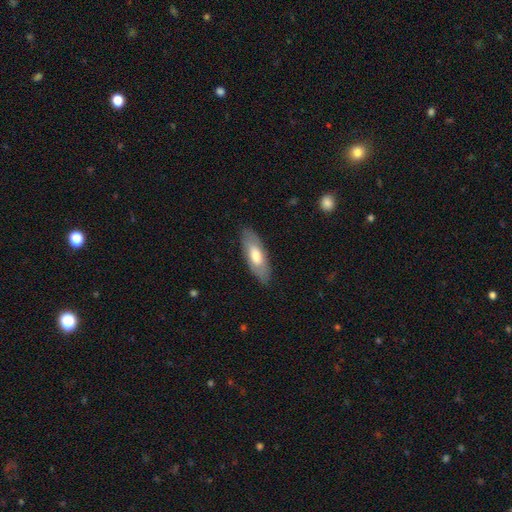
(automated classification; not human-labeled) Smooth or featured?
  - smooth: 65% *
  - featured or disk: 30%
  - star or artifact: 5%
How rounded?
  - in between: 71% *
  - cigar-shaped: 27%
  - round: 2%
Merging?
  - none: 84% *
  - minor disturbance: 12%
  - major disturbance: 3%
  - merger: 1%